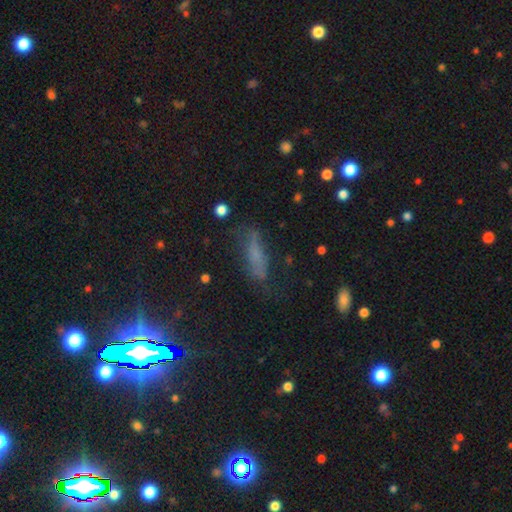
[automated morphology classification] This is possibly a smooth galaxy (48%). Merging: likely none (64%).